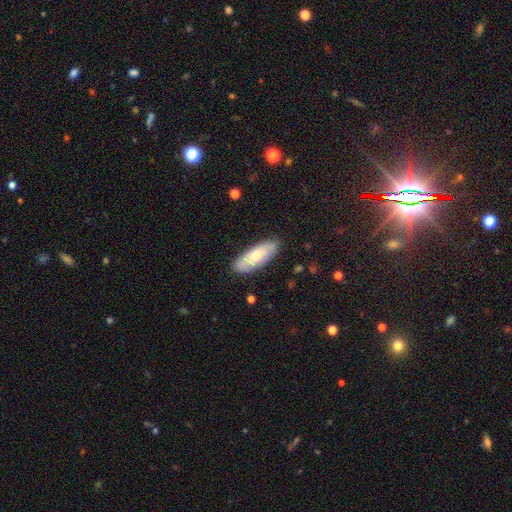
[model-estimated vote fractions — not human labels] Morphology: type=smooth (63%); roundness=in between (70%); merging=none (82%).